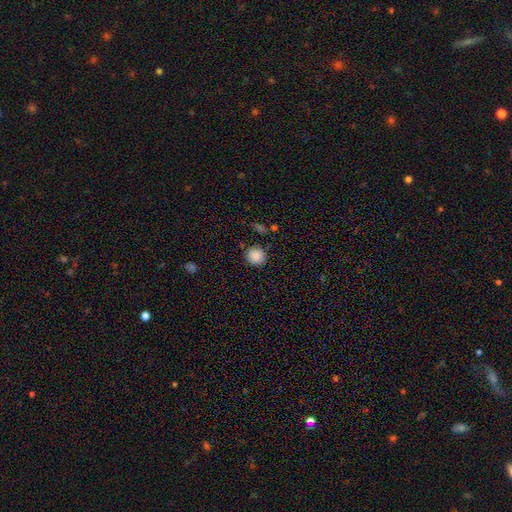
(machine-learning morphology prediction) Smooth or featured: smooth — 86% (star or artifact — 9%)
How rounded: round — 88% (in between — 11%)
Merging: none — 80% (minor disturbance — 14%)